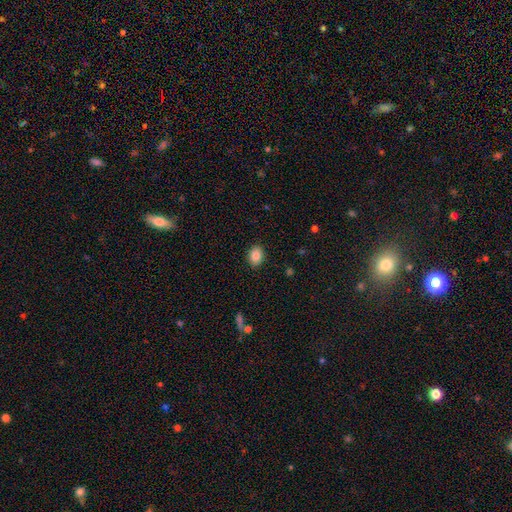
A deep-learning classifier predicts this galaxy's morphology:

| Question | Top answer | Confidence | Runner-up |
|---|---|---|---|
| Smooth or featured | smooth | 86% | star or artifact (8%) |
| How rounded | in between | 75% | round (24%) |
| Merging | none | 89% | minor disturbance (8%) |